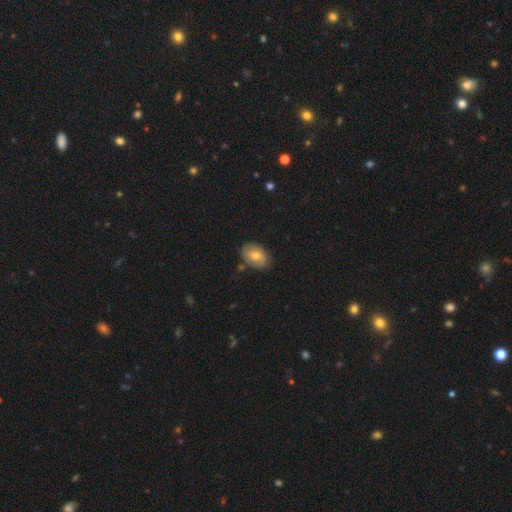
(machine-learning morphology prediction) This is likely a smooth galaxy (65%). How rounded: clearly in between (84%). Merging: likely none (76%).